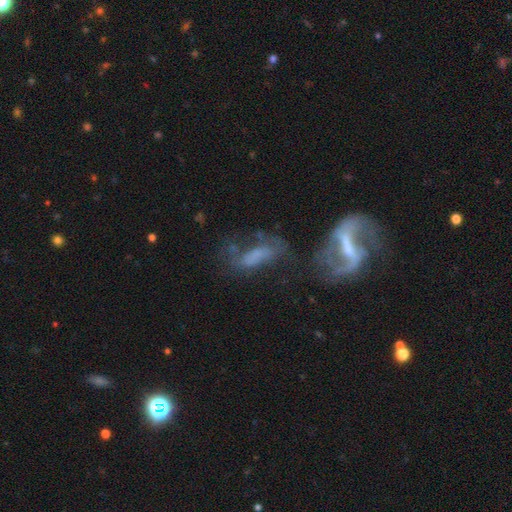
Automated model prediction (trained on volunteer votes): smooth-or-featured: featured or disk: 54% | smooth: 31% | star or artifact: 14%
  disk-edge-on: no: 88% | yes: 12%
  merging: none: 28% | merger: 27% | major disturbance: 27% | minor disturbance: 18%